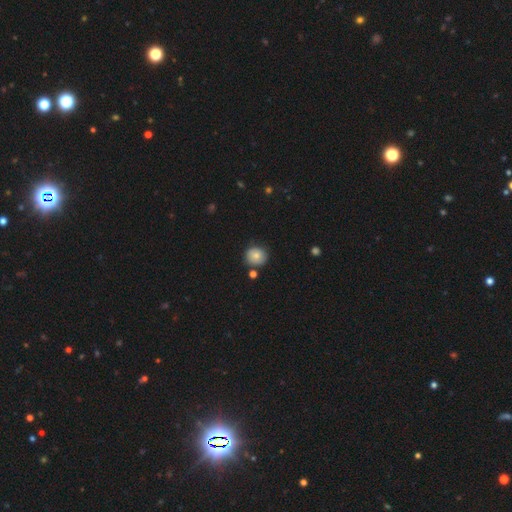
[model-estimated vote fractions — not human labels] smooth-or-featured: smooth: 78% | featured or disk: 12% | star or artifact: 10%
  how-rounded: round: 88% | in between: 11% | cigar-shaped: 1%
  merging: none: 81% | minor disturbance: 11% | merger: 6% | major disturbance: 2%